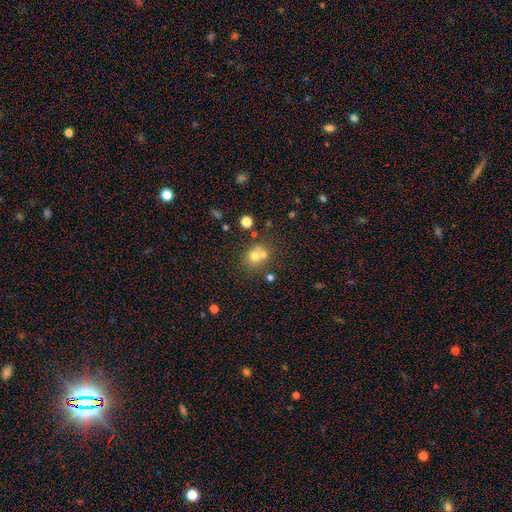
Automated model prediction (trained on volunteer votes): The model was most divided on "merging": none: 47%, merger: 41%, minor disturbance: 9%, major disturbance: 4%. More confident: how rounded — round (77%); smooth or featured — smooth (67%).